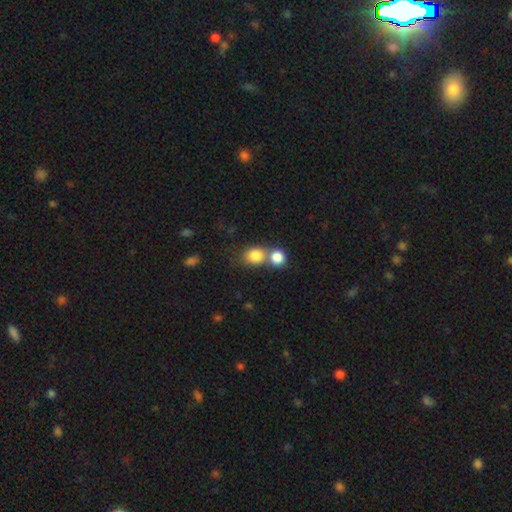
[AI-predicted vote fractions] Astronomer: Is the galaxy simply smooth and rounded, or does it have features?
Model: smooth — 83%.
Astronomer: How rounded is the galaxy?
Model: round — 60% (runner-up: in between, 39%).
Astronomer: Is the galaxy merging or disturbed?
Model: merger — 49% (runner-up: none, 40%).